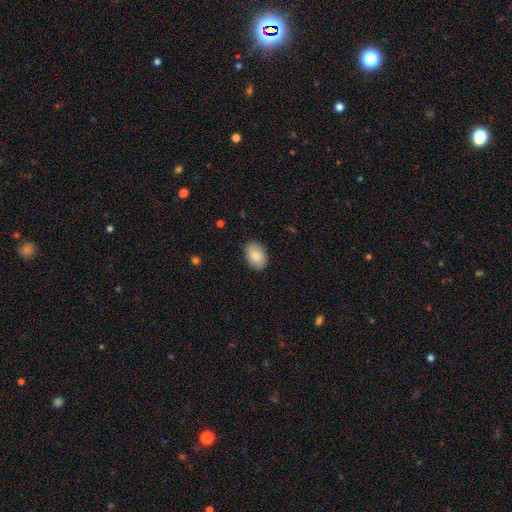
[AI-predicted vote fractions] This is clearly a smooth galaxy (83%). How rounded: clearly in between (80%). Merging: clearly none (86%).